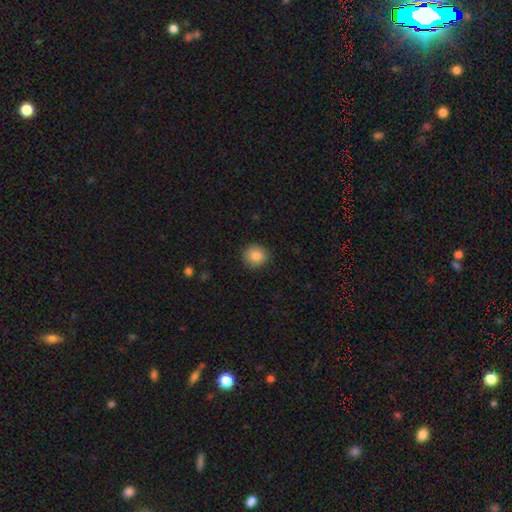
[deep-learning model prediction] Q: Smooth or featured?
A: smooth (85%); runner-up: star or artifact (9%)
Q: How rounded?
A: round (84%); runner-up: in between (15%)
Q: Merging?
A: none (89%); runner-up: minor disturbance (8%)